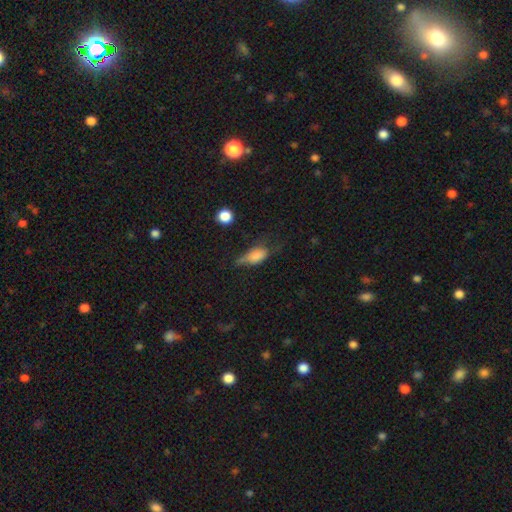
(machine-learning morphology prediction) type=smooth (70%); roundness=in between (81%); merging=minor disturbance (38%).